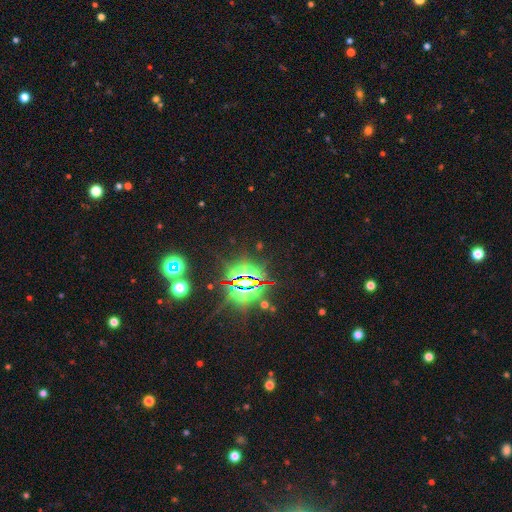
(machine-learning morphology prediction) star or artifact 84%, smooth 10%, featured or disk 6%.